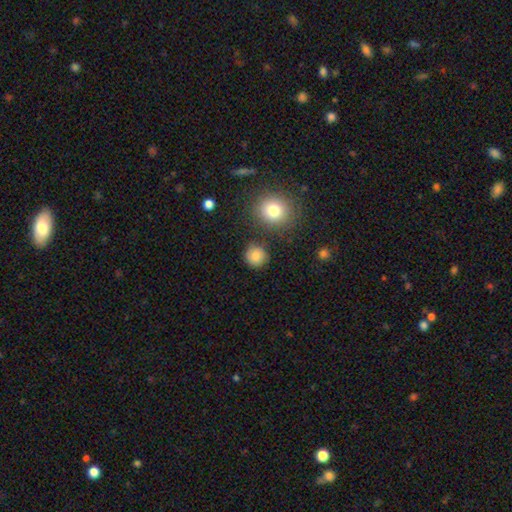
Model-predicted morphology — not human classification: A smooth galaxy with no disk features (83%) that is round (93%). Merging: none (84%).